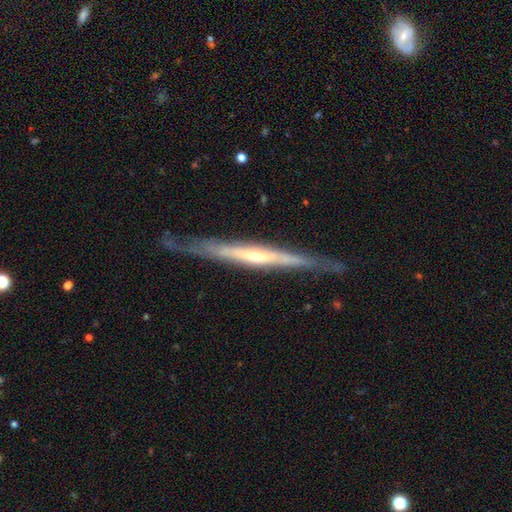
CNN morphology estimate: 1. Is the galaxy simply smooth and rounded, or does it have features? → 80% featured or disk, 15% smooth, 5% star or artifact.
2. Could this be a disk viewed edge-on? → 92% yes, 8% no.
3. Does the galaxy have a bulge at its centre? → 52% rounded, 41% none, 7% boxy.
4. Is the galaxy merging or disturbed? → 78% none, 17% minor disturbance, 4% major disturbance, 2% merger.